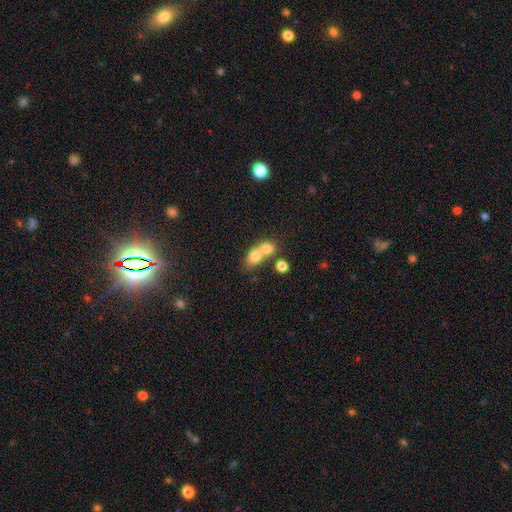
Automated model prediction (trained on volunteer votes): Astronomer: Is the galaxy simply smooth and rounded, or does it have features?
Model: smooth — 74%.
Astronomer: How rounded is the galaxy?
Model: in between — 50% (runner-up: round, 47%).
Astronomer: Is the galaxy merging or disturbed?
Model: merger — 68%.